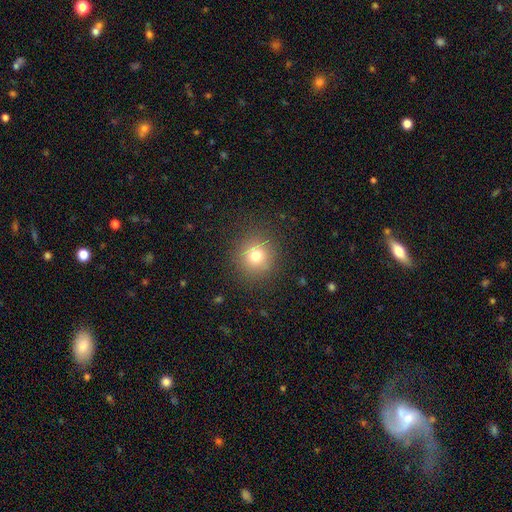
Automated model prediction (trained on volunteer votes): Smooth or featured? smooth (74%)
How rounded? round (93%)
Merging? none (88%)